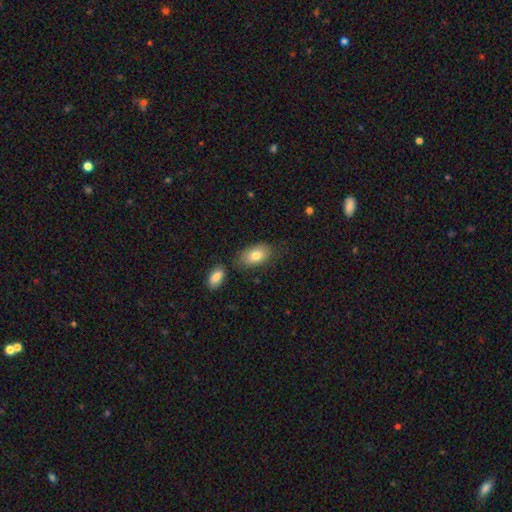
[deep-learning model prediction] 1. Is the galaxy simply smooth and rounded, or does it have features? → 80% smooth, 13% featured or disk, 7% star or artifact.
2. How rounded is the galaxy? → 92% in between, 6% round, 2% cigar-shaped.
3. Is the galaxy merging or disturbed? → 72% none, 16% minor disturbance, 8% merger, 4% major disturbance.